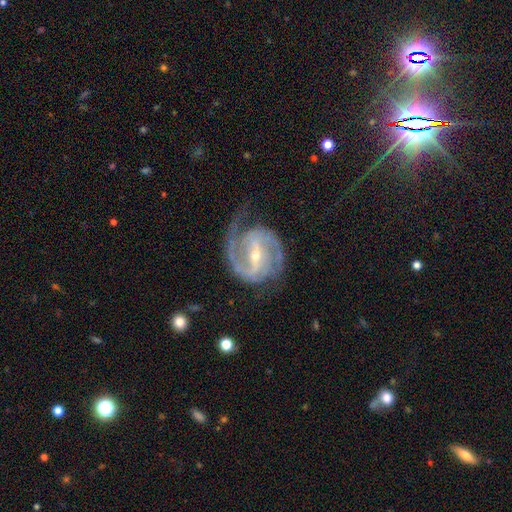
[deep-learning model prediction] This appears to be a featured or disk galaxy (92%) with a strong bar (58%), 2 (80%) medium (48%) spiral arms (98%) and a small central bulge (62%). Merging: none (67%).